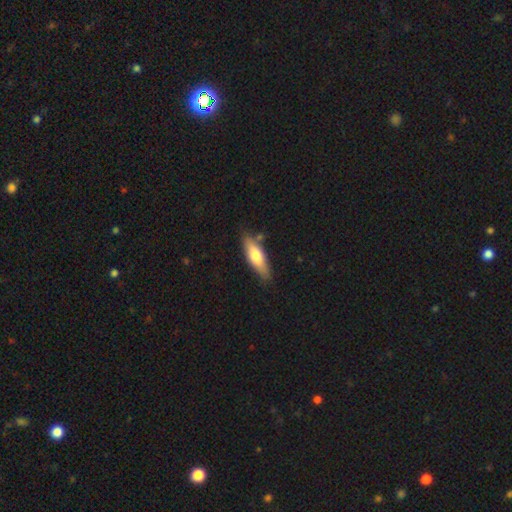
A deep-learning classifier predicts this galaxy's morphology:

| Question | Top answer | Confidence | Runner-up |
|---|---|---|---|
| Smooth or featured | smooth | 63% | featured or disk (31%) |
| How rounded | cigar-shaped | 52% | in between (46%) |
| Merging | none | 78% | minor disturbance (15%) |